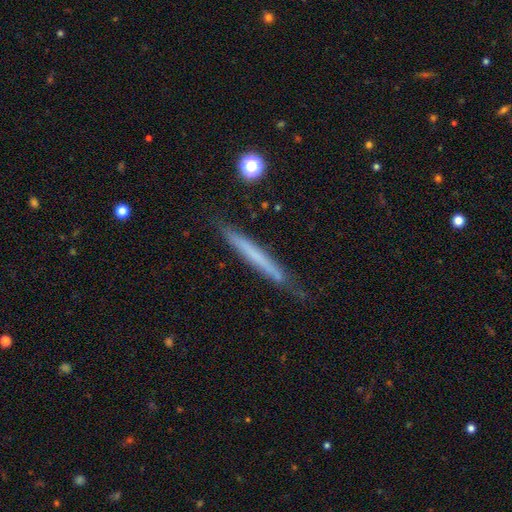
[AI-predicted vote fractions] smooth-or-featured: smooth: 51% | featured or disk: 42% | star or artifact: 7%
  how-rounded: cigar-shaped: 97% | in between: 2% | round: 1%
  merging: none: 80% | minor disturbance: 15% | major disturbance: 3% | merger: 2%